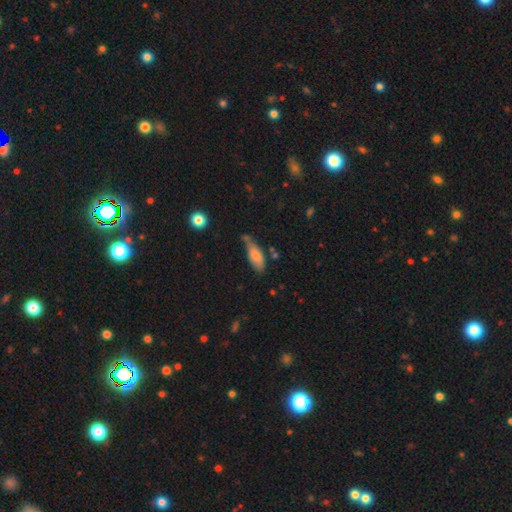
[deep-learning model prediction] The model was most divided on "merging": none: 47%, minor disturbance: 33%, merger: 11%, major disturbance: 9%. More confident: smooth or featured — smooth (78%); how rounded — in between (73%).